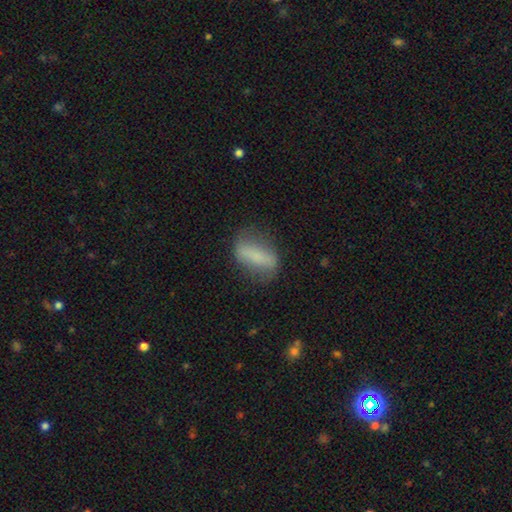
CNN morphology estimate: This appears to be a smooth galaxy with no disk features (58%) that is in between round and cigar-shaped (61%). Merging: none (68%).